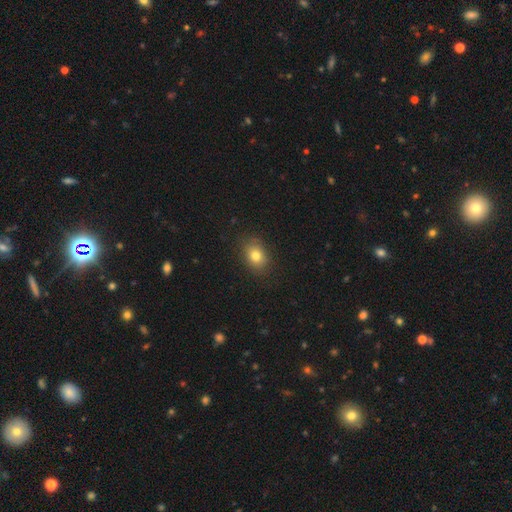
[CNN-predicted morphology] This is likely a smooth galaxy (79%). How rounded: likely in between (63%). Merging: clearly none (83%).